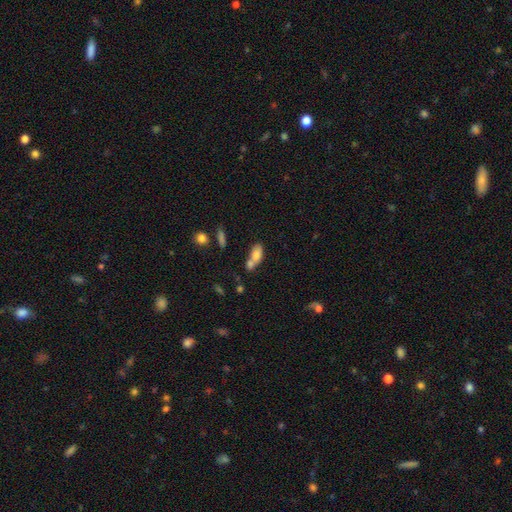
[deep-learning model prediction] A smooth galaxy with no disk features (76%) that is in between round and cigar-shaped (84%). Merging: merger (51%).